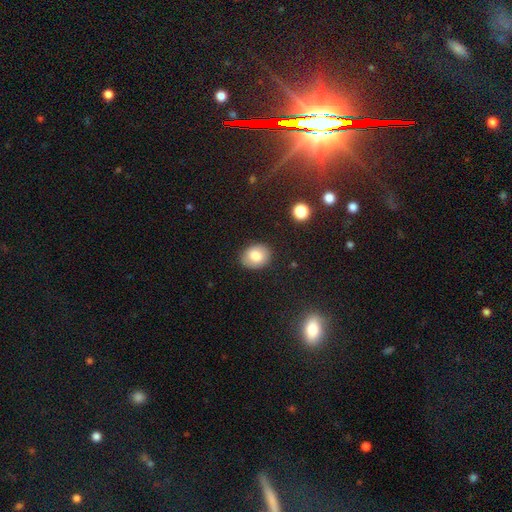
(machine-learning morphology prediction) Q: Smooth or featured?
A: smooth (81%); runner-up: featured or disk (11%)
Q: How rounded?
A: in between (57%); runner-up: round (43%)
Q: Merging?
A: none (86%); runner-up: minor disturbance (10%)